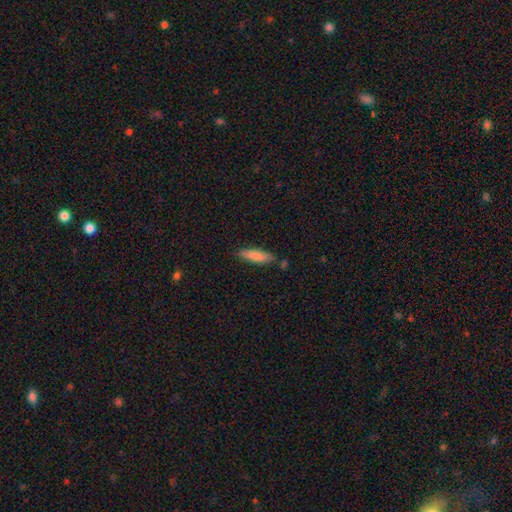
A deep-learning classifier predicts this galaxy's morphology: type=smooth (82%); roundness=cigar-shaped (66%); merging=none (78%).